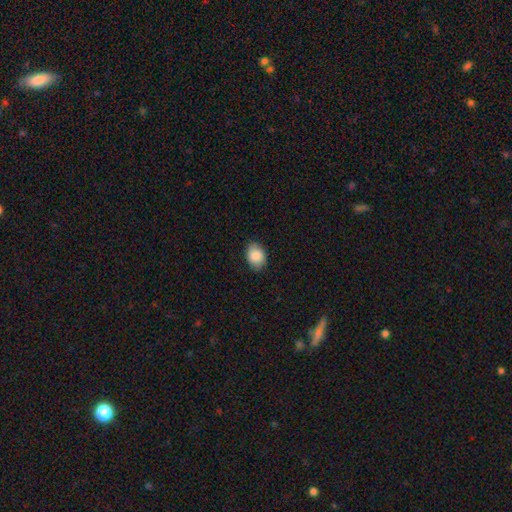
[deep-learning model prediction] Overall: smooth (87%). How rounded: in between (72%). Merging: none (84%).